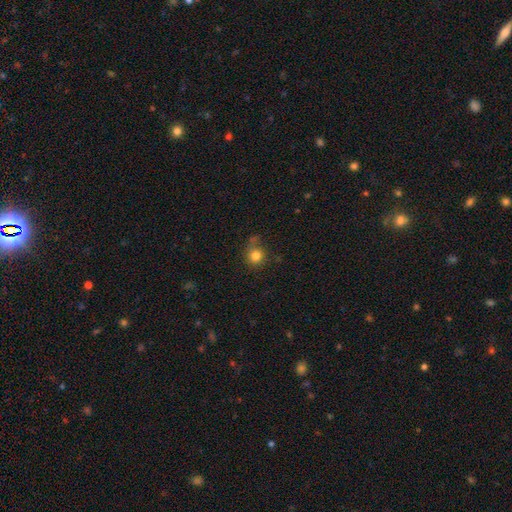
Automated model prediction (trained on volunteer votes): smooth-or-featured: smooth: 81% | star or artifact: 11% | featured or disk: 8%
  how-rounded: round: 86% | in between: 13% | cigar-shaped: 1%
  merging: none: 63% | minor disturbance: 21% | major disturbance: 10% | merger: 6%